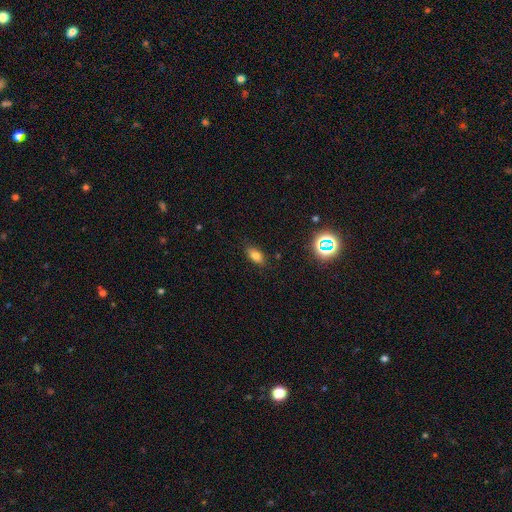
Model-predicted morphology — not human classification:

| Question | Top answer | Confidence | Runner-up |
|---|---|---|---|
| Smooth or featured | smooth | 75% | star or artifact (14%) |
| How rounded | in between | 85% | cigar-shaped (9%) |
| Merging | none | 84% | minor disturbance (12%) |